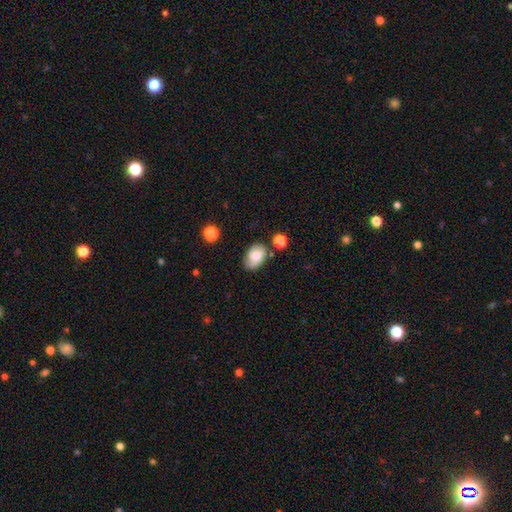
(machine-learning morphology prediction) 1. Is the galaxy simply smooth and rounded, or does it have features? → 75% smooth, 17% featured or disk, 9% star or artifact.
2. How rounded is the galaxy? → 85% in between, 14% round, 1% cigar-shaped.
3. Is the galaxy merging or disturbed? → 63% none, 24% minor disturbance, 7% merger, 6% major disturbance.